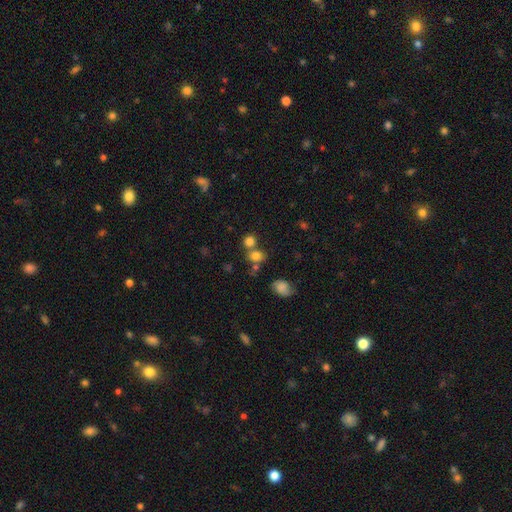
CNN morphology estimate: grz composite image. It shows a smooth galaxy with no disk features (78%) that is round (71%). Merging: none (52%).